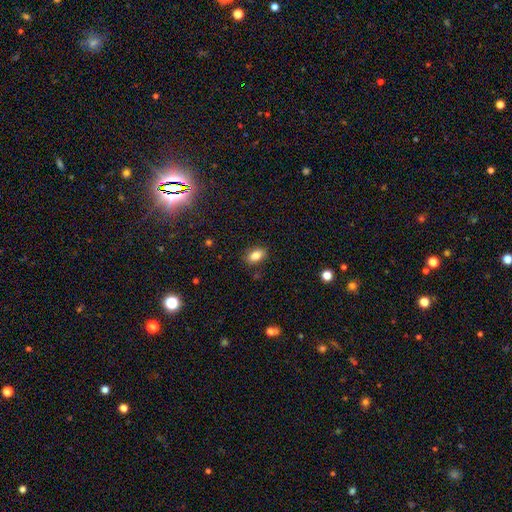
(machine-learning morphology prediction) This appears to be a smooth galaxy with no disk features (83%) that is in between round and cigar-shaped (87%). Merging: none (86%).